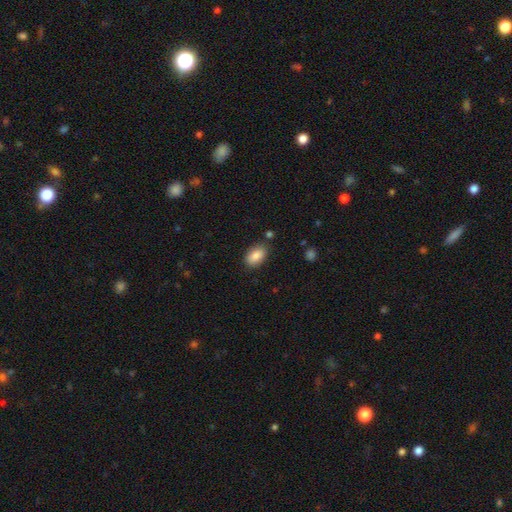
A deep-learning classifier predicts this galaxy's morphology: smooth_or_featured: smooth (p=0.87) [alt: star or artifact p=0.07]
how_rounded: in between (p=0.92) [alt: round p=0.06]
merging: none (p=0.83) [alt: minor disturbance p=0.12]